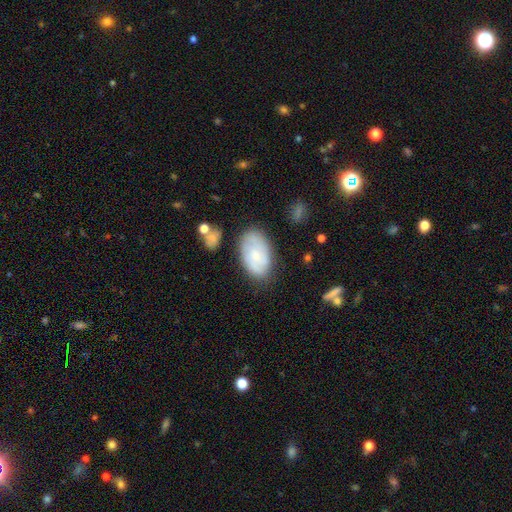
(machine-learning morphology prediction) smooth_or_featured: smooth (p=0.46) [tied with: featured or disk p=0.46]
merging: none (p=0.72) [alt: minor disturbance p=0.20]